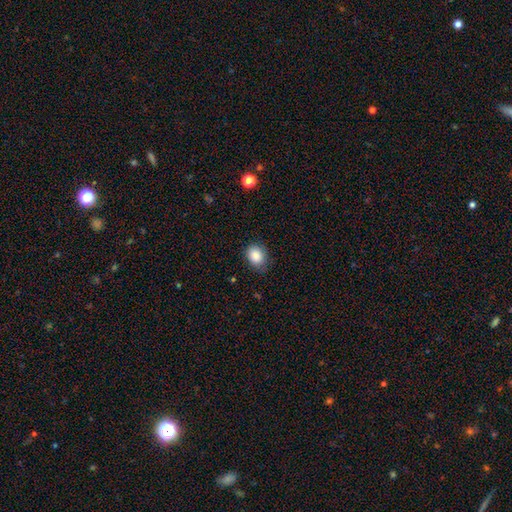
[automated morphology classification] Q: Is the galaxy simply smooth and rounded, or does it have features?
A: smooth — 87%.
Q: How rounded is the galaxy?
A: in between — 55%.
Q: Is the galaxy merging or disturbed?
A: none — 73%.